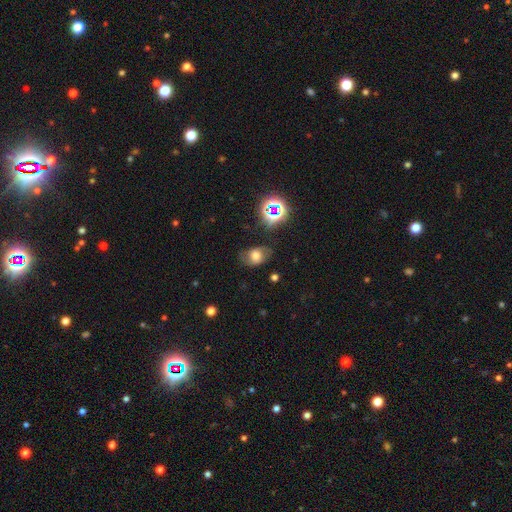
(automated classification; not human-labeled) The model was most divided on "smooth or featured": smooth: 61%, featured or disk: 21%, star or artifact: 18%. More confident: how rounded — in between (71%); merging — none (65%).